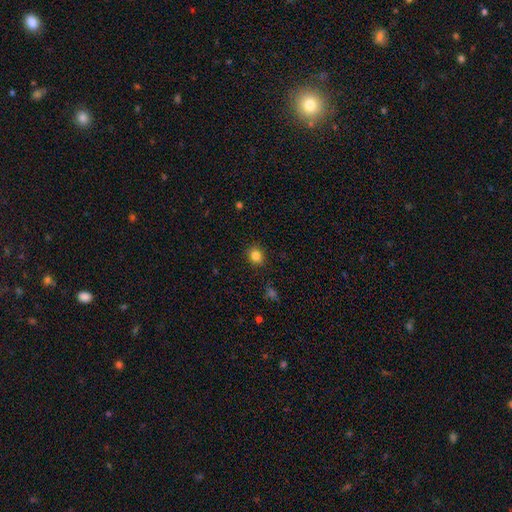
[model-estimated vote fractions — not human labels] A smooth galaxy with no disk features (82%) that is round (75%).

Vote fractions:
- Smooth or featured? smooth: 82% / star or artifact: 12% / featured or disk: 6%
- How rounded? round: 75% / in between: 24% / cigar-shaped: 1%
- Merging? none: 88% / minor disturbance: 9% / major disturbance: 2% / merger: 1%